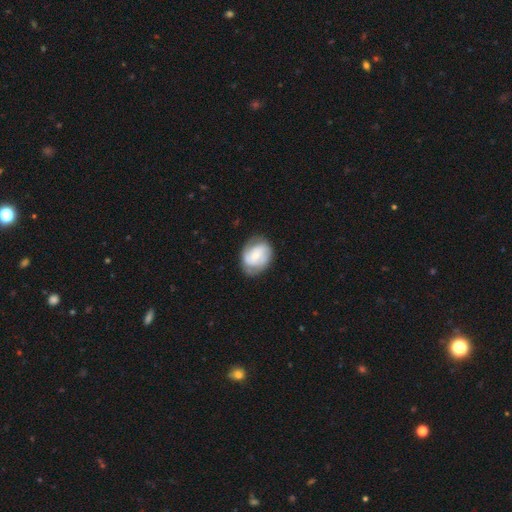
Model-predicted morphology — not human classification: smooth_or_featured: featured or disk (p=0.51) [alt: smooth p=0.42]
disk_edge_on: no (p=0.97) [alt: yes p=0.03]
merging: none (p=0.69) [alt: minor disturbance p=0.22]